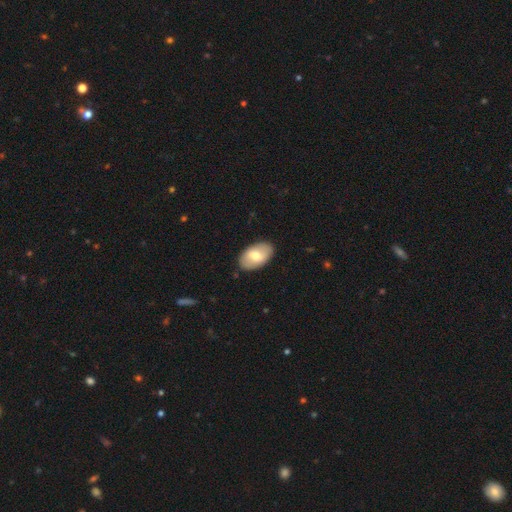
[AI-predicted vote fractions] Smooth or featured? smooth (66%)
How rounded? in between (94%)
Merging? none (87%)